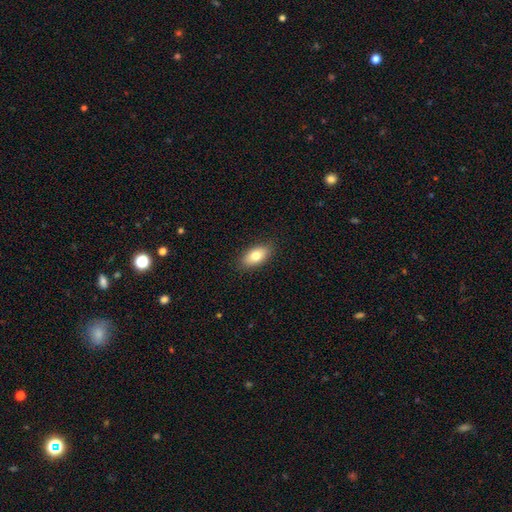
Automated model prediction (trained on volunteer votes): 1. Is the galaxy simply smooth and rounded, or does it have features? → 79% smooth, 14% featured or disk, 7% star or artifact.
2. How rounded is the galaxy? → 90% in between, 5% cigar-shaped, 5% round.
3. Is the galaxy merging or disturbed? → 88% none, 9% minor disturbance, 2% major disturbance, 1% merger.